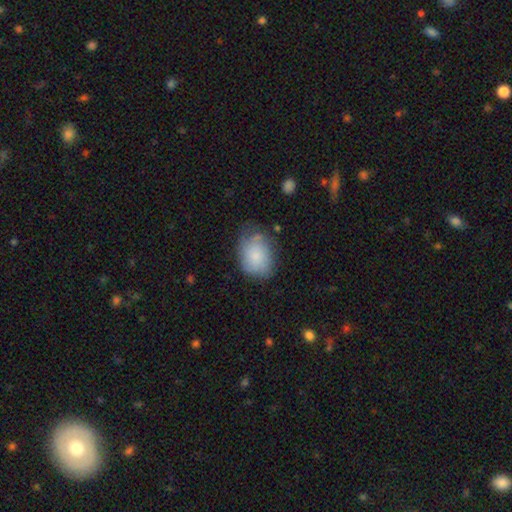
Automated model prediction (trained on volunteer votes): Smooth or featured: smooth — 74% (featured or disk — 19%)
How rounded: in between — 72% (round — 27%)
Merging: none — 54% (minor disturbance — 32%)